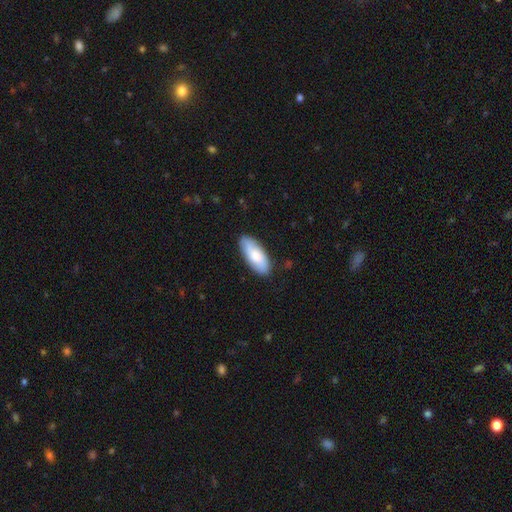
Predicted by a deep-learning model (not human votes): Morphology: type=smooth (78%); roundness=in between (82%); merging=none (87%).